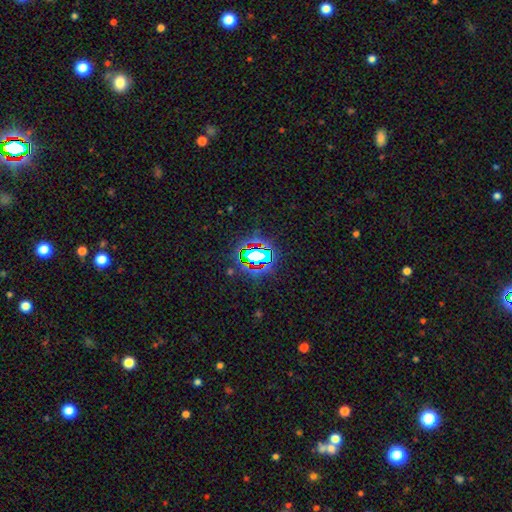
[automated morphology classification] A star or artifact, not a galaxy (69%).